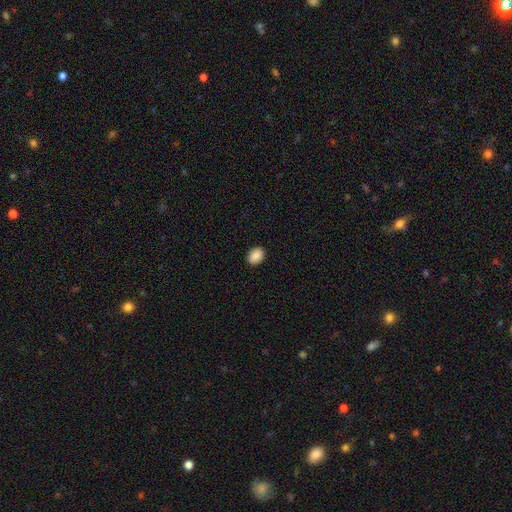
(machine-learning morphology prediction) smooth_or_featured: smooth (p=0.89) [alt: star or artifact p=0.08]
how_rounded: in between (p=0.62) [alt: round p=0.37]
merging: none (p=0.90) [alt: minor disturbance p=0.07]